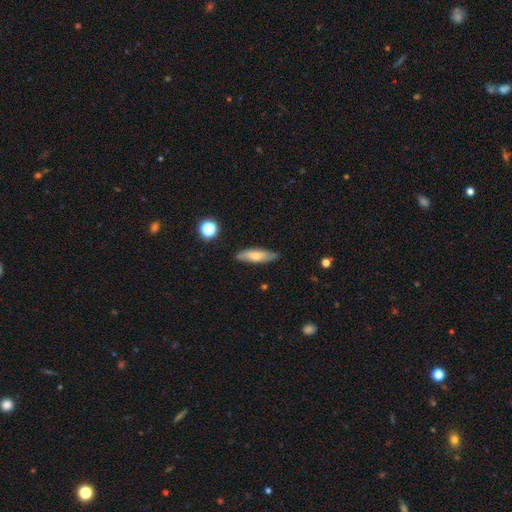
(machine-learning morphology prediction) Smooth or featured? smooth (63%)
How rounded? cigar-shaped (56%)
Merging? none (82%)